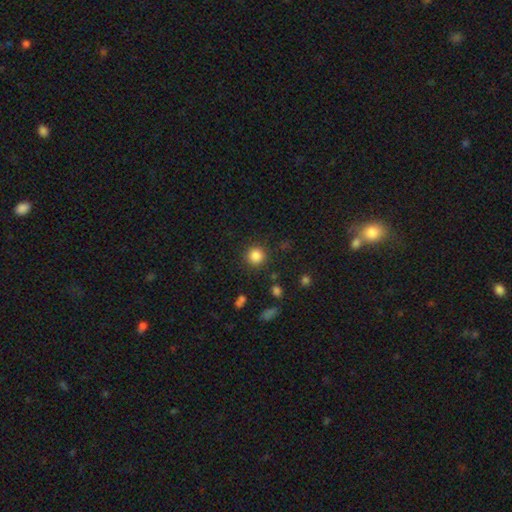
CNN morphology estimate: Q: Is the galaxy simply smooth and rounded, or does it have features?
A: smooth — 85%.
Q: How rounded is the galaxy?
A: round — 94%.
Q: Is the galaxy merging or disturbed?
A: none — 89%.